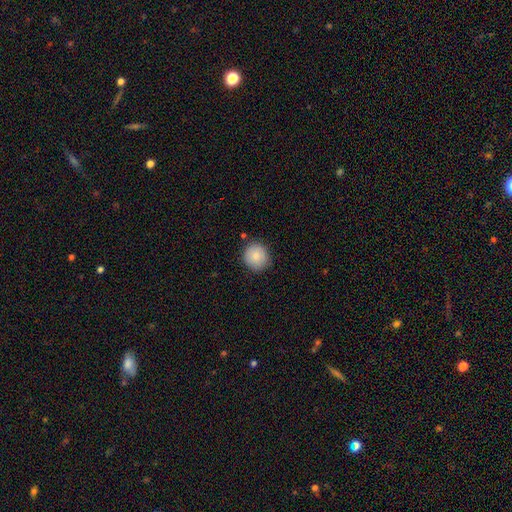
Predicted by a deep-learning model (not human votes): smooth-or-featured: smooth: 85% | star or artifact: 8% | featured or disk: 7%
  how-rounded: round: 92% | in between: 7% | cigar-shaped: 1%
  merging: none: 84% | minor disturbance: 12% | major disturbance: 3% | merger: 2%